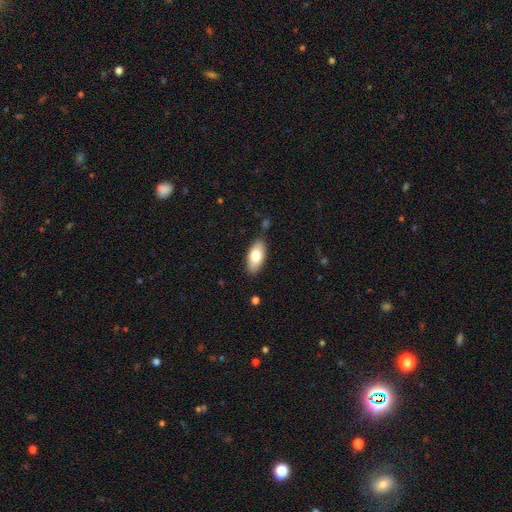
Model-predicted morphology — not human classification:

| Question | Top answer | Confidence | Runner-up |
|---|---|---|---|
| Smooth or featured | smooth | 76% | featured or disk (17%) |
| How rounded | in between | 90% | cigar-shaped (7%) |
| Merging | none | 82% | minor disturbance (13%) |